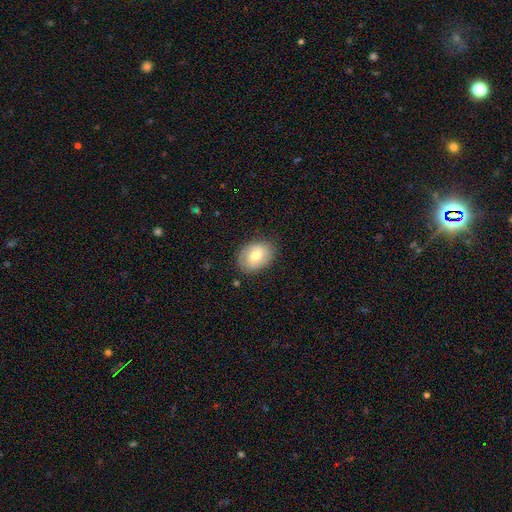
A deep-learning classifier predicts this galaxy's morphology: A smooth galaxy with no disk features (64%) that is in between round and cigar-shaped (64%).

Vote fractions:
- Smooth or featured? smooth: 64% / featured or disk: 28% / star or artifact: 8%
- How rounded? in between: 64% / round: 35% / cigar-shaped: 1%
- Merging? none: 81% / minor disturbance: 15% / major disturbance: 4% / merger: 1%